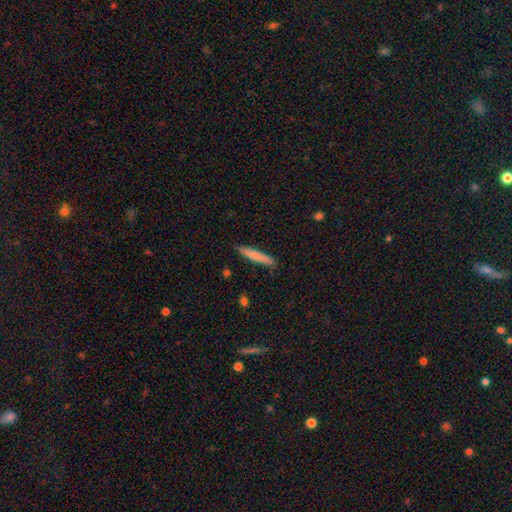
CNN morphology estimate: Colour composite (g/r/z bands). It shows a smooth galaxy with no disk features (77%) that is cigar-shaped (93%). Merging: none (87%).